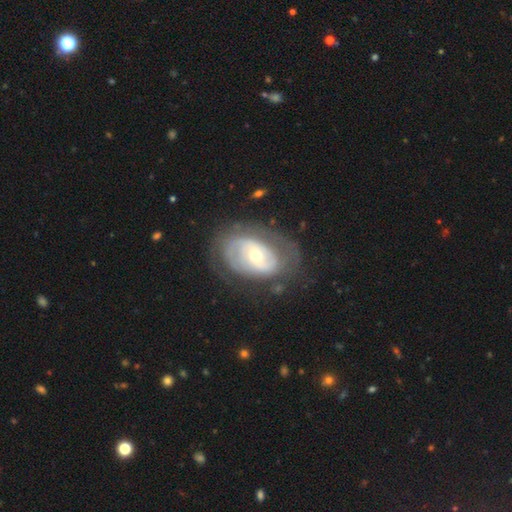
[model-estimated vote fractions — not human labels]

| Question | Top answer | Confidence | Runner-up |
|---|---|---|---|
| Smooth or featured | featured or disk | 74% | smooth (20%) |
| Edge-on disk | no | 95% | yes (5%) |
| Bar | no | 50% | weak (35%) |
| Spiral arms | yes | 72% | no (28%) |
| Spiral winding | tight | 56% | medium (29%) |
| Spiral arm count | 2 | 43% | can't tell (39%) |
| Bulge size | moderate | 55% | small (39%) |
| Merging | none | 62% | minor disturbance (22%) |